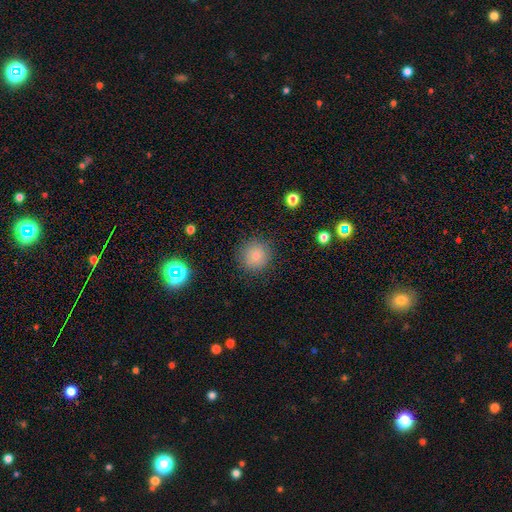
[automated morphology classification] This appears to be a smooth galaxy with no disk features (79%) that is round (93%). Merging: none (86%).